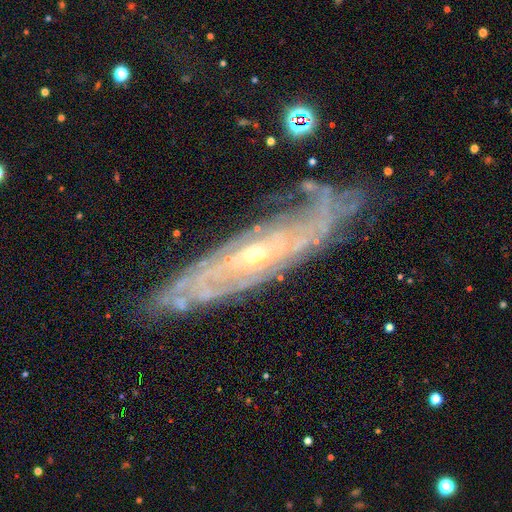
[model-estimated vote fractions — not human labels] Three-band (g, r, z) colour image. It shows a featured or disk galaxy (84%) with no bar (59%), tight (61%) spiral arms (94%) and a small central bulge (70%). Merging: none (78%).